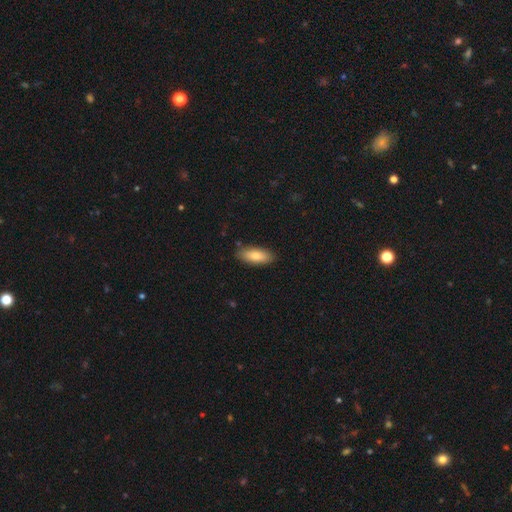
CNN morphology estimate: Smooth or featured? smooth (80%)
How rounded? in between (77%)
Merging? none (85%)